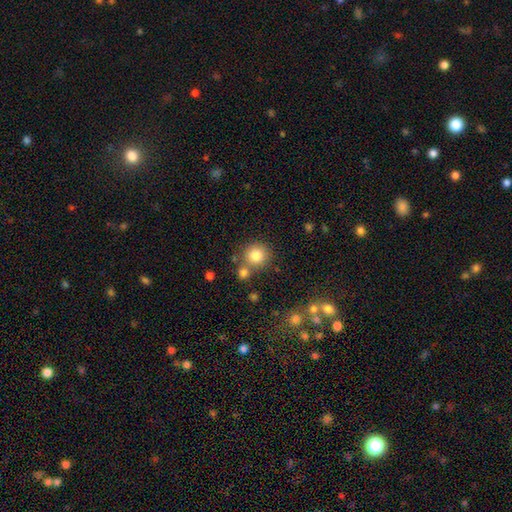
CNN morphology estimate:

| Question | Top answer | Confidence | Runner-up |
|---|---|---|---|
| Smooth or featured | smooth | 81% | star or artifact (11%) |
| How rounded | round | 91% | in between (8%) |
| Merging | none | 69% | merger (18%) |